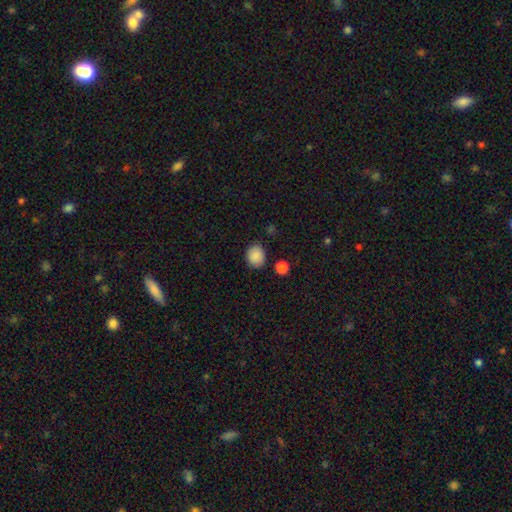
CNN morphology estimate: A smooth galaxy with no disk features (87%) that is round (64%).

Vote fractions:
- Smooth or featured? smooth: 87% / star or artifact: 9% / featured or disk: 4%
- How rounded? round: 64% / in between: 35% / cigar-shaped: 1%
- Merging? none: 81% / minor disturbance: 13% / major disturbance: 3% / merger: 3%